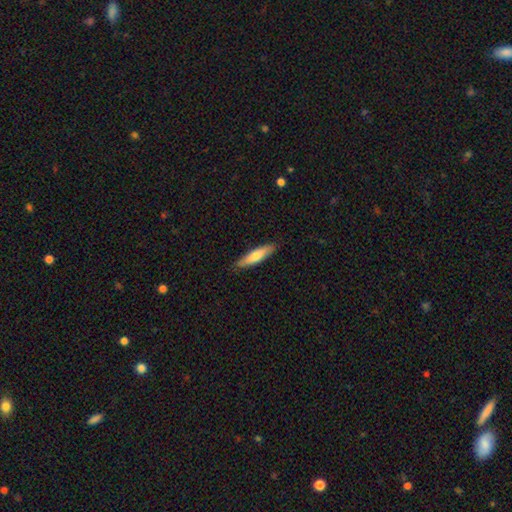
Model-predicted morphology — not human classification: A smooth galaxy with no disk features (69%) that is cigar-shaped (78%). Merging: none (88%).